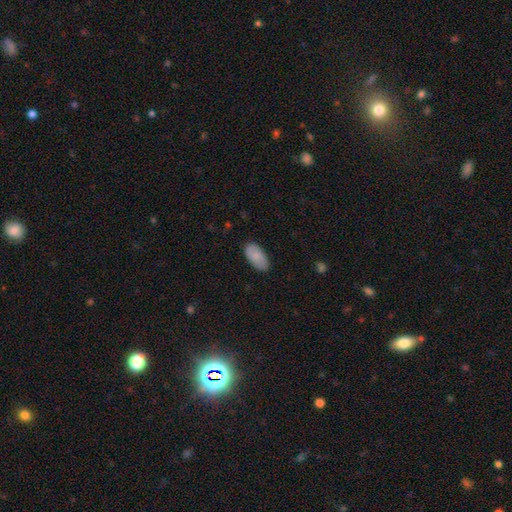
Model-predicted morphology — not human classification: smooth 83%, featured or disk 11%, star or artifact 6%. Down the decision tree: how rounded — in between (95%); merging — none (82%).